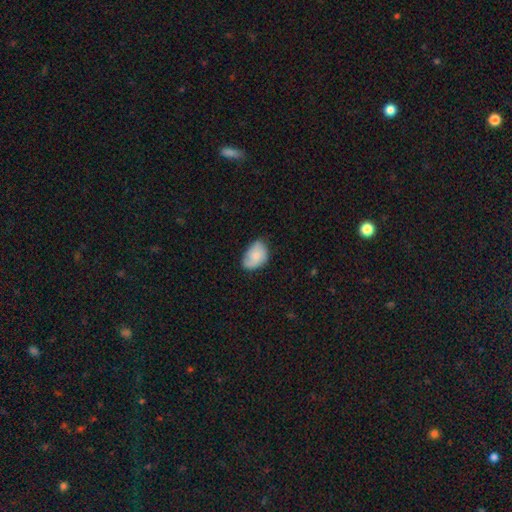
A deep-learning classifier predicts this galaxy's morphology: smooth_or_featured: smooth (p=0.71) [alt: featured or disk p=0.22]
how_rounded: in between (p=0.82) [alt: round p=0.17]
merging: none (p=0.54) [alt: minor disturbance p=0.35]